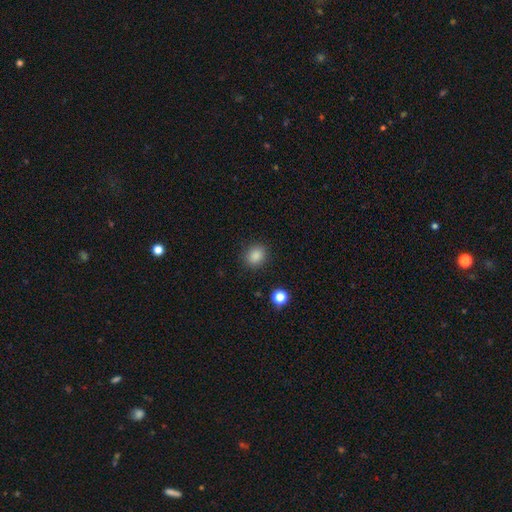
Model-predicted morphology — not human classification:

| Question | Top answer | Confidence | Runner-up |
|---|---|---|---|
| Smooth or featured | smooth | 85% | star or artifact (11%) |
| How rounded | round | 69% | in between (30%) |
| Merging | none | 87% | minor disturbance (8%) |